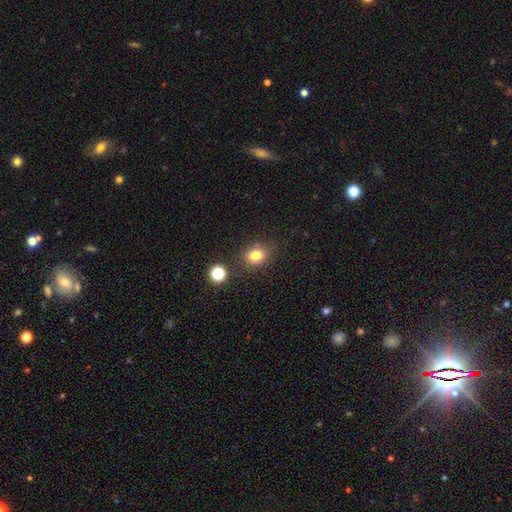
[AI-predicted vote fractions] smooth-or-featured: smooth: 79% | star or artifact: 14% | featured or disk: 7%
  how-rounded: round: 62% | in between: 37% | cigar-shaped: 1%
  merging: none: 82% | minor disturbance: 10% | merger: 5% | major disturbance: 3%